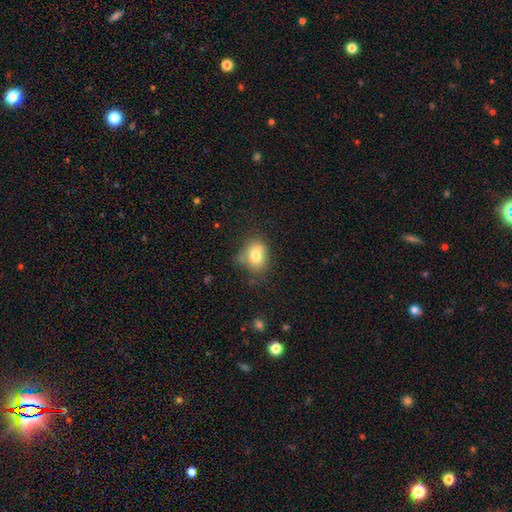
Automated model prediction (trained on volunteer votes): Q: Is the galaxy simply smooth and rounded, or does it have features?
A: smooth — 75%.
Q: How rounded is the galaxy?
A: in between — 50%.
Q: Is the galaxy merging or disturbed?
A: none — 59%.